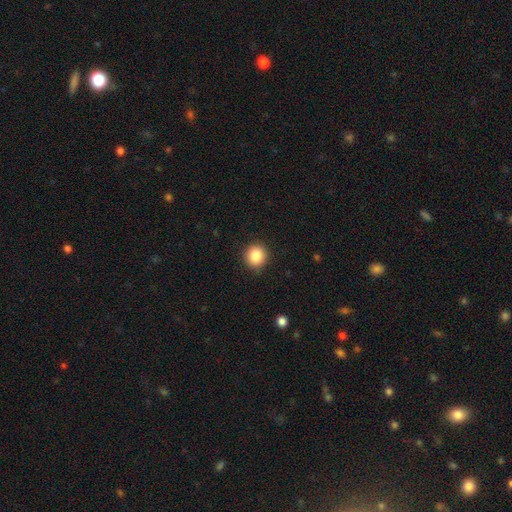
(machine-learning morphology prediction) The model was most divided on "smooth or featured": smooth: 86%, star or artifact: 9%, featured or disk: 4%. More confident: how rounded — round (92%); merging — none (91%).